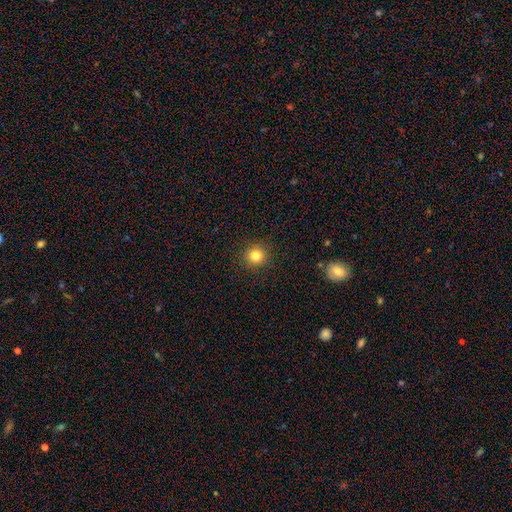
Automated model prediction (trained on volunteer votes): This is clearly a smooth galaxy (82%). How rounded: clearly round (93%). Merging: clearly none (91%).